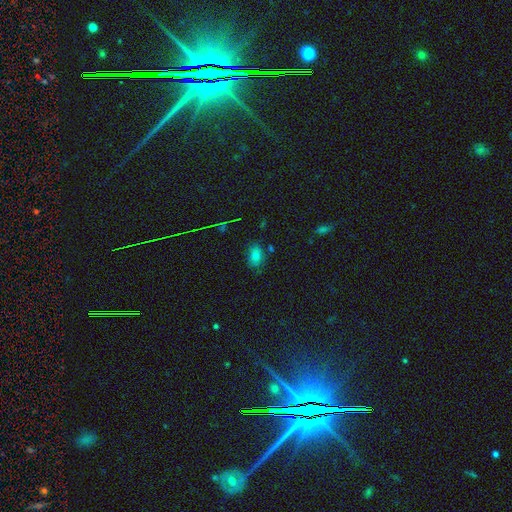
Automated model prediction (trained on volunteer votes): Smooth or featured? Predicted: smooth (p=0.70). How rounded? Predicted: in between (p=0.81). Merging? Predicted: none (p=0.78).